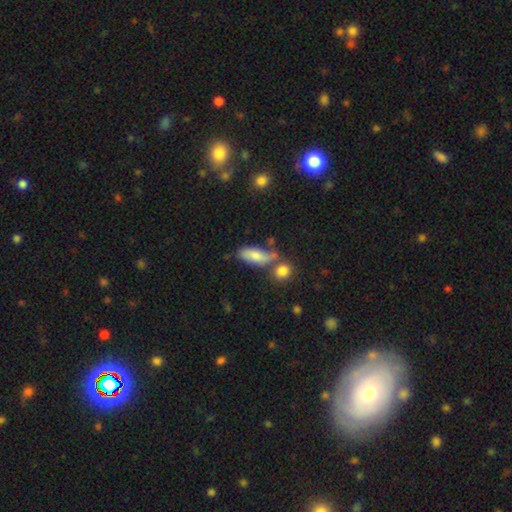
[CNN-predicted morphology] This is likely a smooth galaxy (70%). How rounded: likely in between (71%). Merging: possibly none (51%).